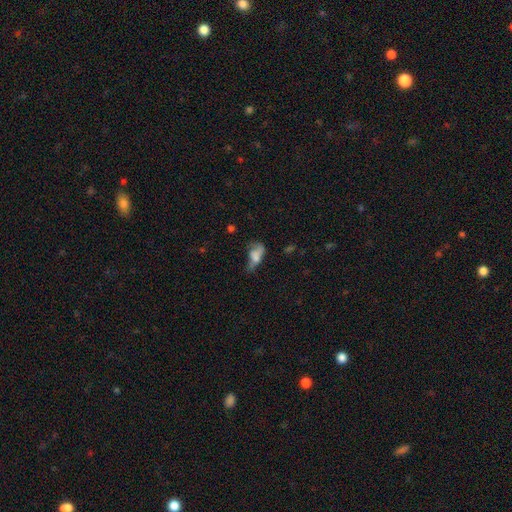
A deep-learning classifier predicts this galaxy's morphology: smooth-or-featured: smooth: 58% | featured or disk: 29% | star or artifact: 13%
  how-rounded: in between: 80% | cigar-shaped: 12% | round: 8%
  merging: major disturbance: 38% | minor disturbance: 26% | none: 25% | merger: 11%